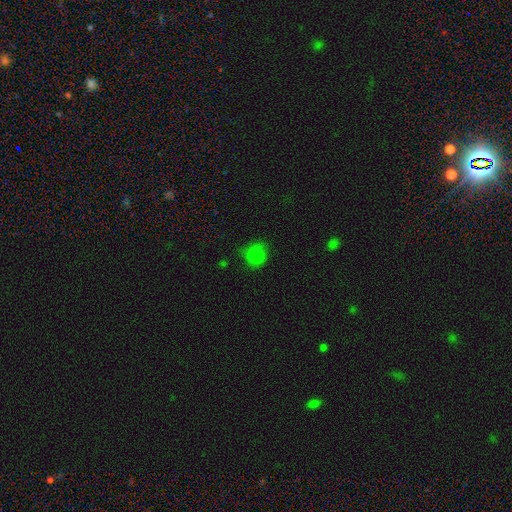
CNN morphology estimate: Smooth or featured: smooth — 77% (star or artifact — 17%)
How rounded: round — 79% (in between — 20%)
Merging: none — 63% (minor disturbance — 26%)